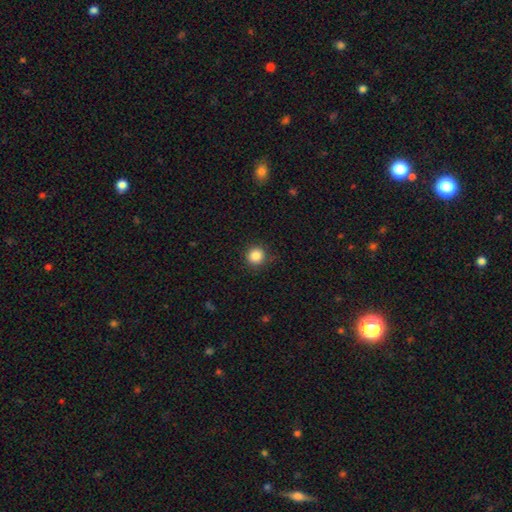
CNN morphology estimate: Smooth or featured?
  - smooth: 86% *
  - star or artifact: 10%
  - featured or disk: 3%
How rounded?
  - round: 94% *
  - in between: 5%
  - cigar-shaped: 1%
Merging?
  - none: 87% *
  - minor disturbance: 9%
  - major disturbance: 3%
  - merger: 1%